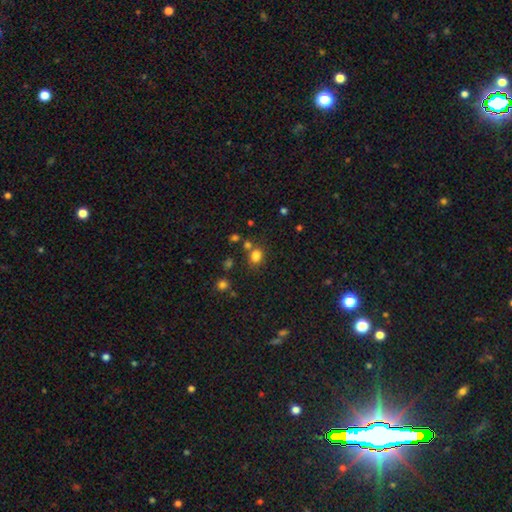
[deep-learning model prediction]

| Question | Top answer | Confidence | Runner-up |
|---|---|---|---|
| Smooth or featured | smooth | 79% | star or artifact (15%) |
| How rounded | in between | 50% | round (49%) |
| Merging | none | 67% | merger (15%) |